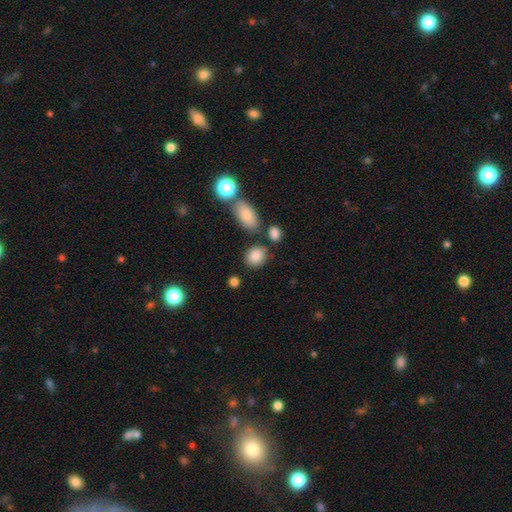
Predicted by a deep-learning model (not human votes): Q: Smooth or featured?
A: smooth (86%); runner-up: star or artifact (8%)
Q: How rounded?
A: round (58%); runner-up: in between (41%)
Q: Merging?
A: none (74%); runner-up: minor disturbance (13%)